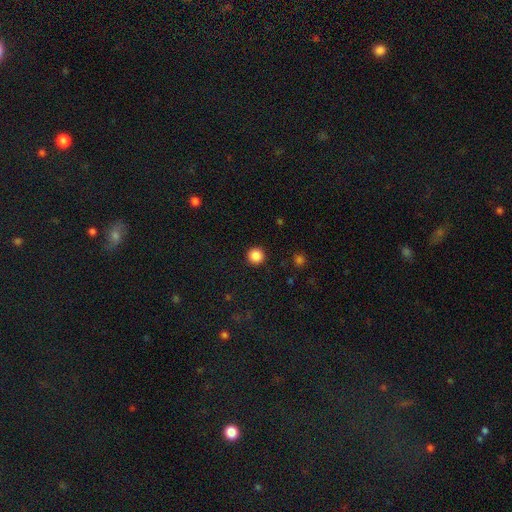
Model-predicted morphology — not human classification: type=smooth (87%); roundness=round (96%); merging=none (93%).